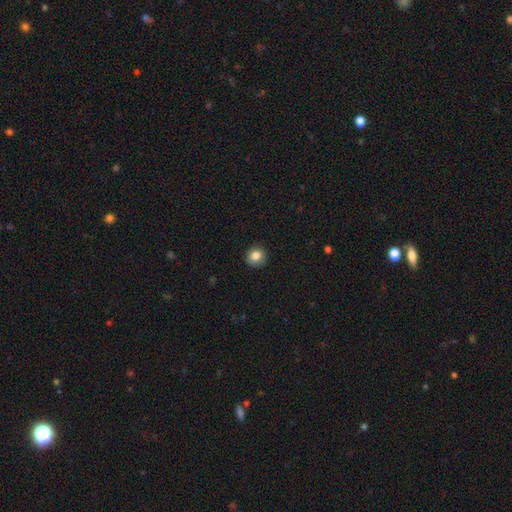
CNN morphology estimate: type=smooth (83%); roundness=round (85%); merging=none (90%).